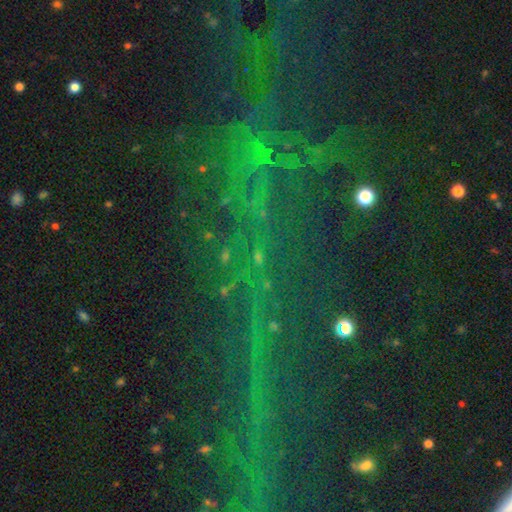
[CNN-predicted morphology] Smooth or featured?
  - star or artifact: 75% *
  - featured or disk: 13%
  - smooth: 12%